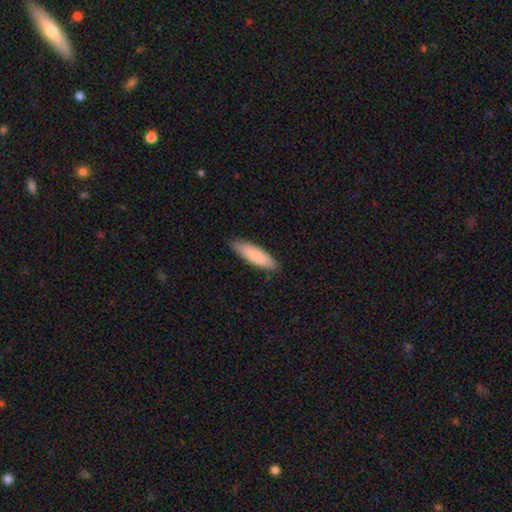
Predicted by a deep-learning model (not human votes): Q: Smooth or featured?
A: smooth (84%); runner-up: featured or disk (11%)
Q: How rounded?
A: cigar-shaped (58%); runner-up: in between (40%)
Q: Merging?
A: none (85%); runner-up: minor disturbance (12%)